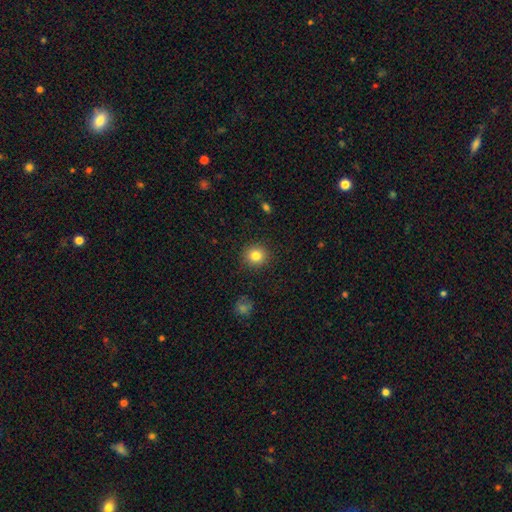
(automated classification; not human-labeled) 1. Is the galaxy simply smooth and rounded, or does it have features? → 83% smooth, 11% star or artifact, 6% featured or disk.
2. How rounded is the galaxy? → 91% round, 8% in between, 1% cigar-shaped.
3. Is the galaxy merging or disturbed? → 91% none, 6% minor disturbance, 2% major disturbance, 1% merger.